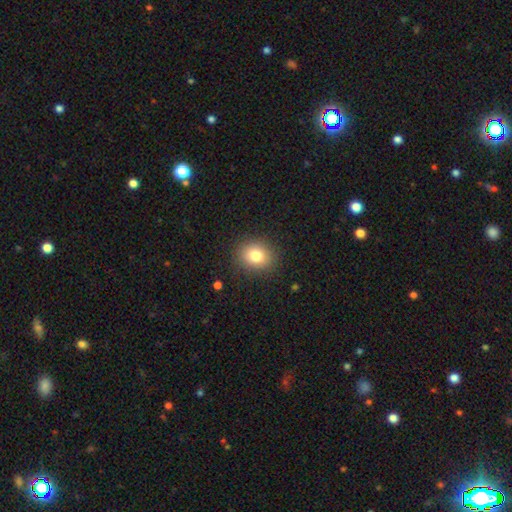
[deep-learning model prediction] Q: Smooth or featured?
A: smooth (79%); runner-up: star or artifact (12%)
Q: How rounded?
A: round (71%); runner-up: in between (28%)
Q: Merging?
A: none (89%); runner-up: minor disturbance (8%)